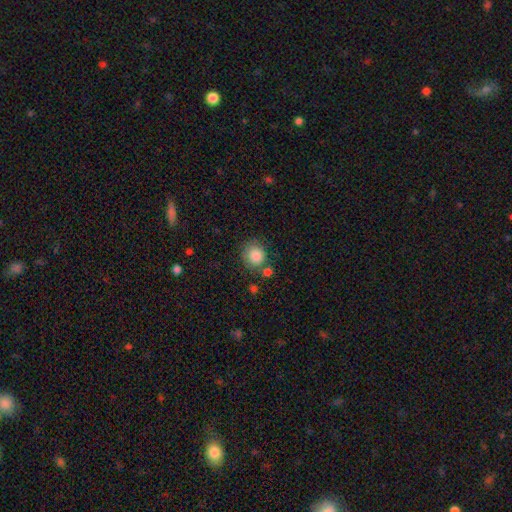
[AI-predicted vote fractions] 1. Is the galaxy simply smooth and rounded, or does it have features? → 85% smooth, 8% star or artifact, 6% featured or disk.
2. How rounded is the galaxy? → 85% round, 14% in between, 1% cigar-shaped.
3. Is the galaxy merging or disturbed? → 71% none, 15% minor disturbance, 10% merger, 5% major disturbance.